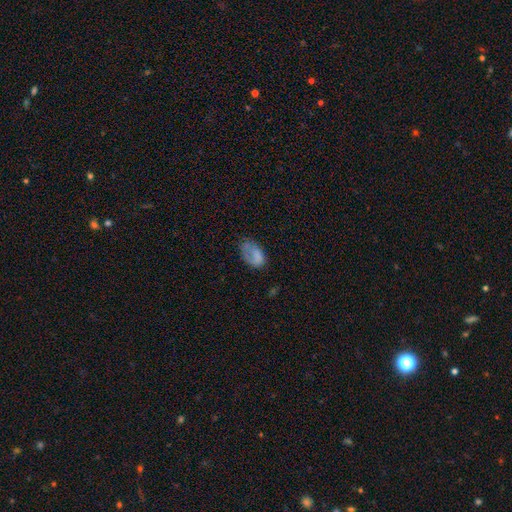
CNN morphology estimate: Overall: smooth (68%). How rounded: in between (90%). Merging: none (40%; minor disturbance 30%).